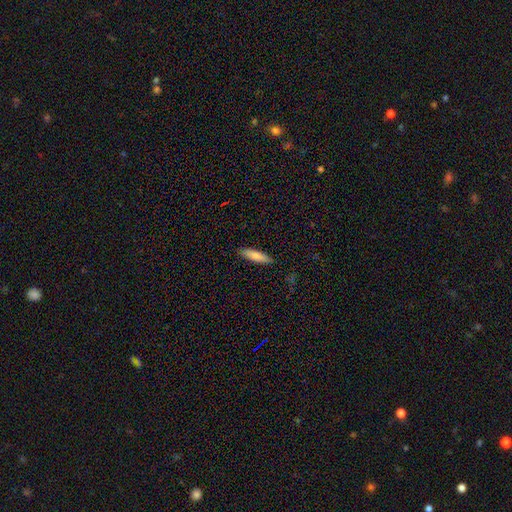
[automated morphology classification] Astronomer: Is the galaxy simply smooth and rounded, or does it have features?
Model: smooth — 81%.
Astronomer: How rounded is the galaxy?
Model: cigar-shaped — 67%.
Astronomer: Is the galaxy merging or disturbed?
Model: none — 89%.